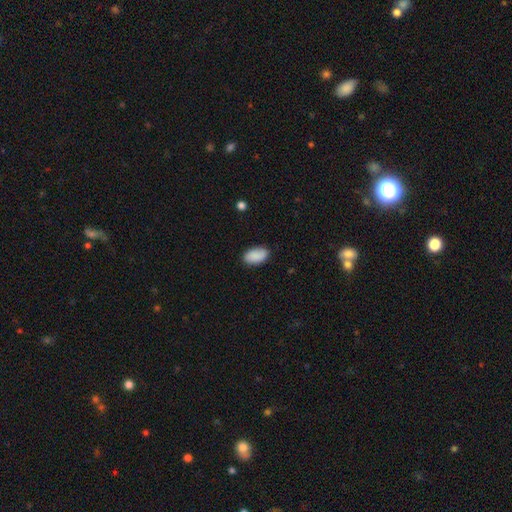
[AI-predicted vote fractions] smooth_or_featured: smooth (p=0.89) [alt: star or artifact p=0.06]
how_rounded: in between (p=0.94) [alt: round p=0.04]
merging: none (p=0.85) [alt: minor disturbance p=0.11]